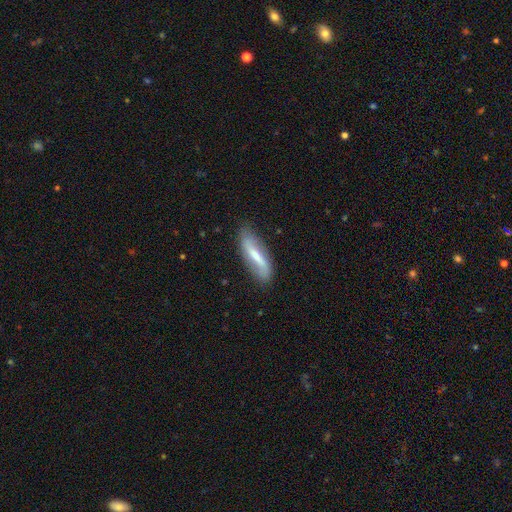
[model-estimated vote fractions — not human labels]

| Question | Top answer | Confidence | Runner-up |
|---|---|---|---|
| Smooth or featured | featured or disk | 60% | smooth (34%) |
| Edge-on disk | no | 74% | yes (26%) |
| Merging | none | 79% | minor disturbance (16%) |